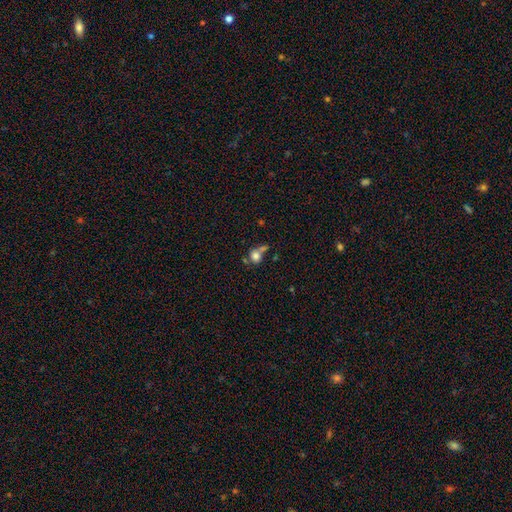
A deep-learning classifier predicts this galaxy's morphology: type=smooth (75%); roundness=round (73%); merging=none (38%, tied with merger).